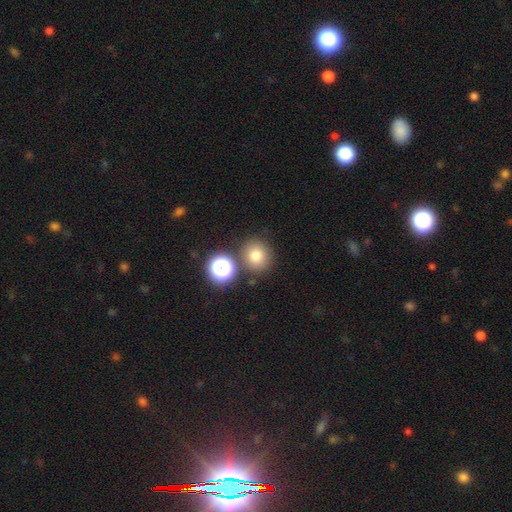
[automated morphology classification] Smooth or featured?
  - smooth: 77% *
  - star or artifact: 15%
  - featured or disk: 9%
How rounded?
  - round: 85% *
  - in between: 14%
  - cigar-shaped: 1%
Merging?
  - none: 79% *
  - merger: 10%
  - minor disturbance: 9%
  - major disturbance: 3%